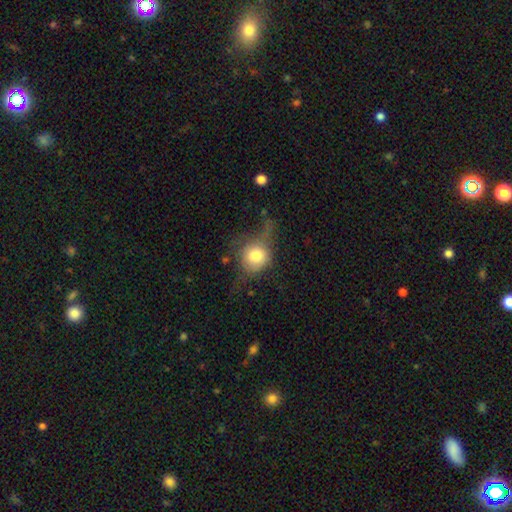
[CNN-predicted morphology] This is likely a smooth galaxy (71%). How rounded: likely round (80%). Merging: marginally none (38%).